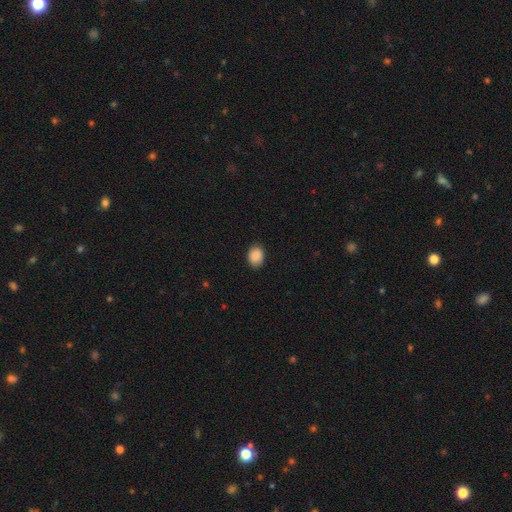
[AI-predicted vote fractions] Overall: smooth (90%). How rounded: in between (57%; round 42%). Merging: none (87%).